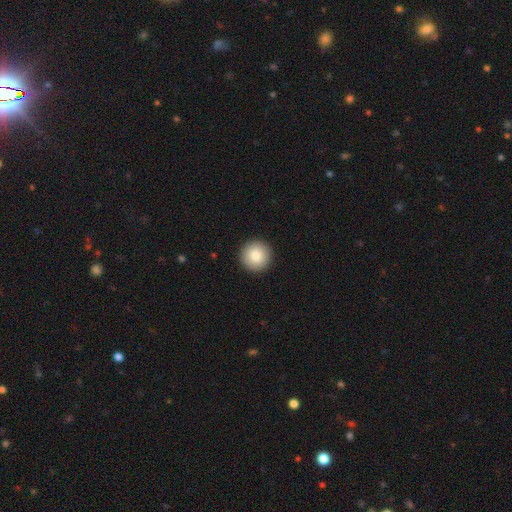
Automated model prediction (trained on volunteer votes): Smooth or featured? Predicted: smooth (p=0.85). How rounded? Predicted: round (p=0.96). Merging? Predicted: none (p=0.93).